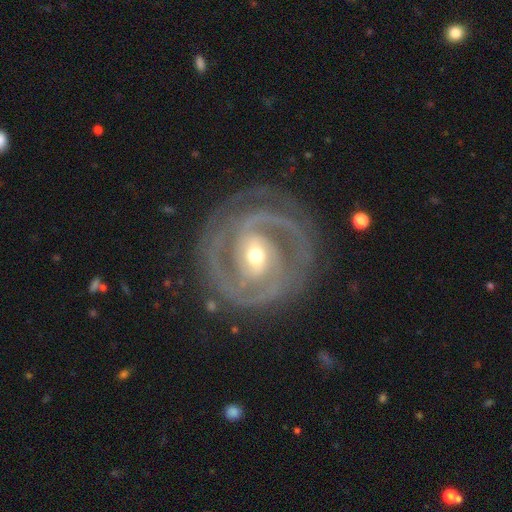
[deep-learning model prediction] Overall: featured or disk (92%). Edge-on disk: no (98%). Bar: weak (43%; strong 33%). Spiral arms: yes (98%). Spiral arm count: 2 (62%). Spiral winding: tight (64%; medium 31%). Bulge size: moderate (59%; small 35%). Merging: none (78%).